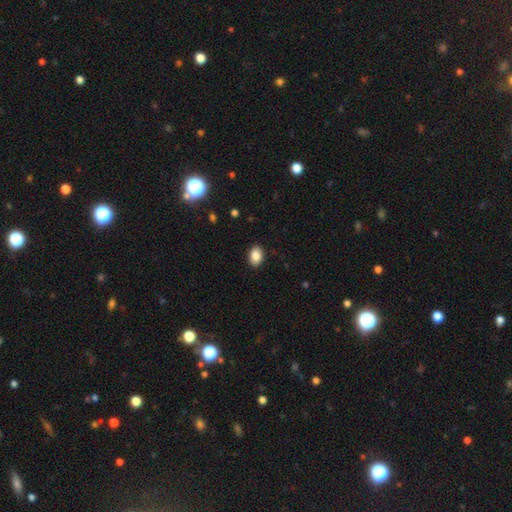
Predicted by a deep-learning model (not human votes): Smooth or featured?
  - smooth: 87% *
  - star or artifact: 8%
  - featured or disk: 5%
How rounded?
  - in between: 78% *
  - round: 21%
  - cigar-shaped: 1%
Merging?
  - none: 90% *
  - minor disturbance: 7%
  - major disturbance: 2%
  - merger: 1%